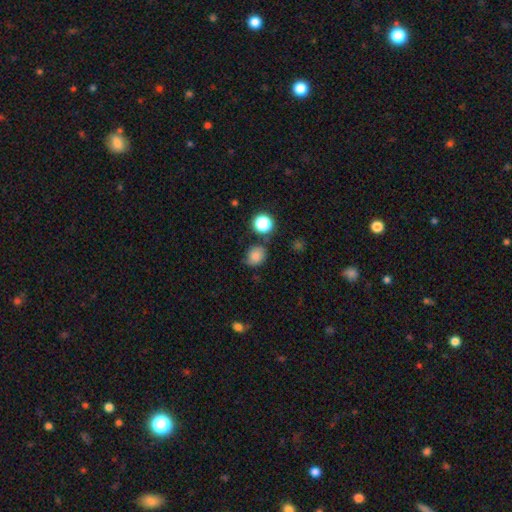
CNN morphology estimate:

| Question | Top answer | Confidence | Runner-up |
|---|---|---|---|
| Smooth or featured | smooth | 81% | star or artifact (13%) |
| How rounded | round | 59% | in between (40%) |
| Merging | none | 71% | minor disturbance (19%) |